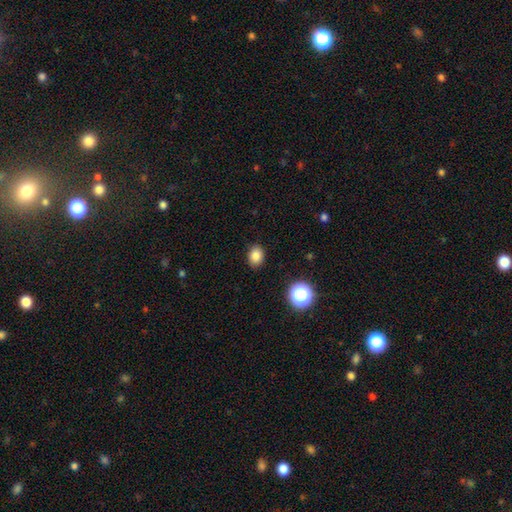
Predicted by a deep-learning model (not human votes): smooth-or-featured: smooth: 83% | star or artifact: 11% | featured or disk: 5%
  how-rounded: in between: 63% | round: 36% | cigar-shaped: 1%
  merging: none: 88% | minor disturbance: 8% | major disturbance: 2% | merger: 1%